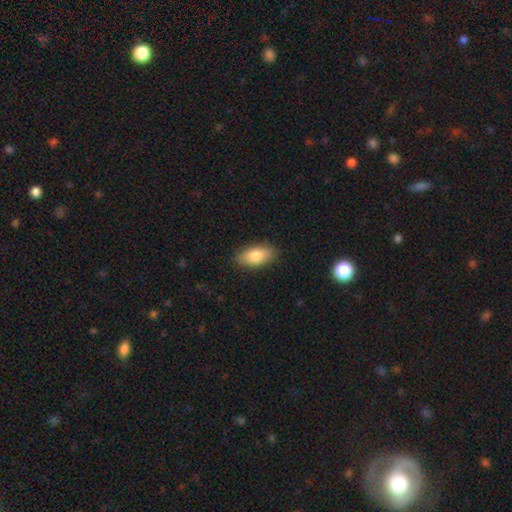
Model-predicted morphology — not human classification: Q: Smooth or featured?
A: smooth (81%); runner-up: featured or disk (12%)
Q: How rounded?
A: in between (88%); runner-up: cigar-shaped (8%)
Q: Merging?
A: none (87%); runner-up: minor disturbance (10%)